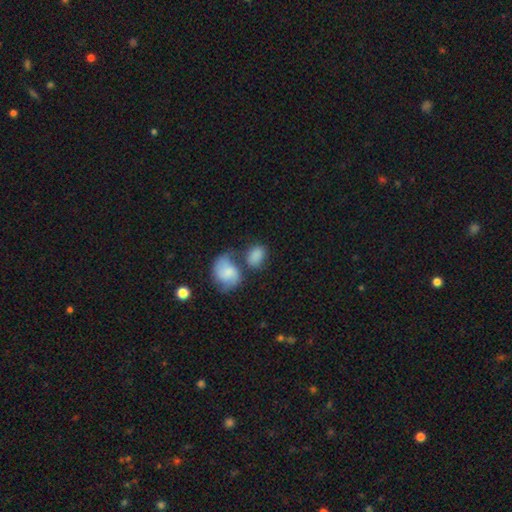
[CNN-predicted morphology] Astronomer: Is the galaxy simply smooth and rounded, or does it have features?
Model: smooth — 81%.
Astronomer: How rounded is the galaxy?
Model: in between — 76%.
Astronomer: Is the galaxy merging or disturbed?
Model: none — 38% (runner-up: merger, 37%).